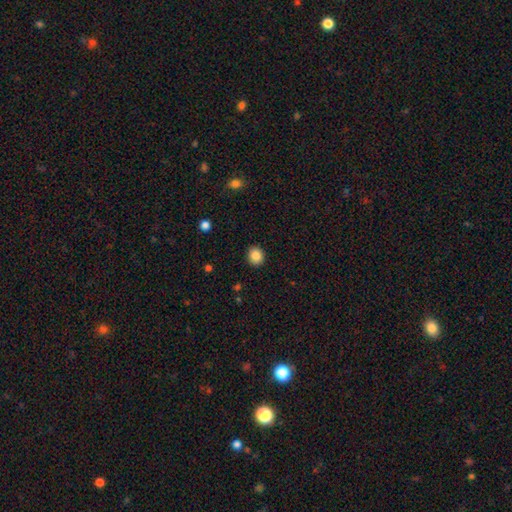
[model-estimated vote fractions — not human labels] smooth_or_featured: smooth (p=0.87) [alt: star or artifact p=0.09]
how_rounded: round (p=0.73) [alt: in between p=0.26]
merging: none (p=0.91) [alt: minor disturbance p=0.06]